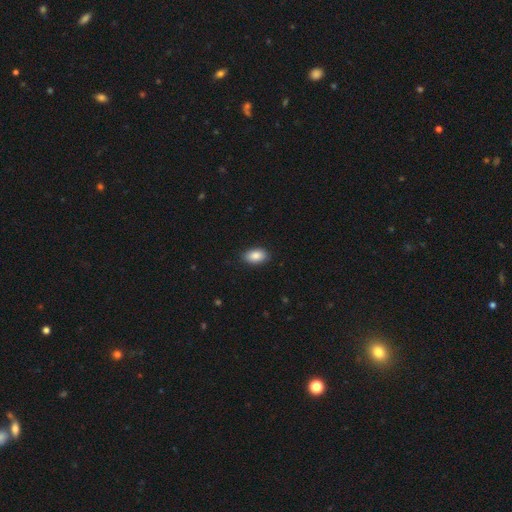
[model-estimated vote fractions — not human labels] smooth_or_featured: smooth (p=0.87) [alt: star or artifact p=0.07]
how_rounded: in between (p=0.92) [alt: round p=0.07]
merging: none (p=0.88) [alt: minor disturbance p=0.09]